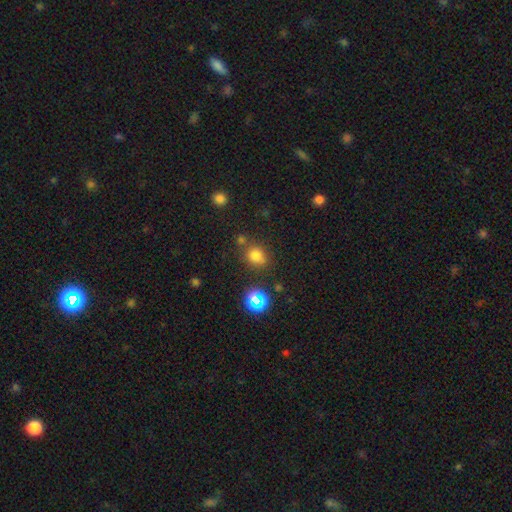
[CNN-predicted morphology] Smooth or featured?
  - smooth: 73% *
  - star or artifact: 20%
  - featured or disk: 7%
How rounded?
  - round: 77% *
  - in between: 22%
  - cigar-shaped: 1%
Merging?
  - none: 71% *
  - minor disturbance: 13%
  - merger: 12%
  - major disturbance: 5%